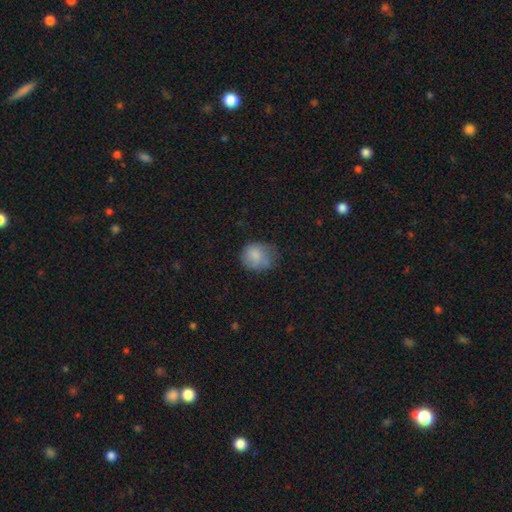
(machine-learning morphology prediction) smooth_or_featured: smooth (p=0.80) [alt: featured or disk p=0.12]
how_rounded: round (p=0.62) [alt: in between p=0.37]
merging: none (p=0.50) [alt: minor disturbance p=0.35]